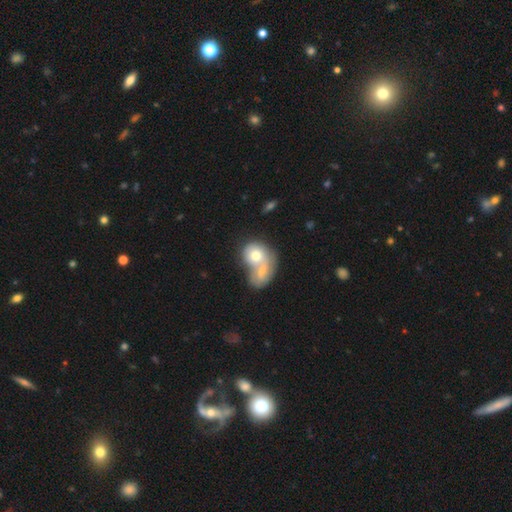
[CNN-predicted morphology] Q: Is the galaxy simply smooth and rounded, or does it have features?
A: smooth — 67%.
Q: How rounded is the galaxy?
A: round — 54%.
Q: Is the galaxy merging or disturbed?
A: merger — 72%.